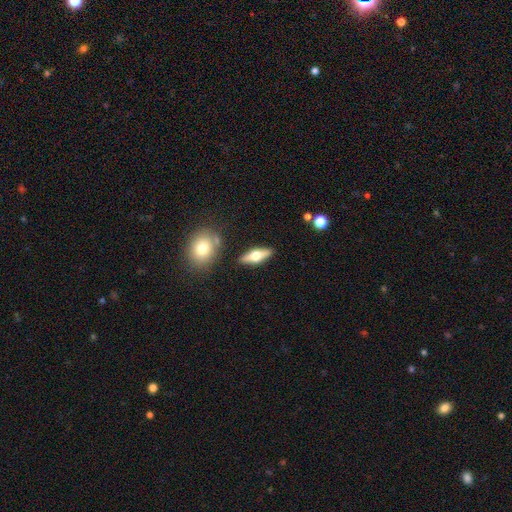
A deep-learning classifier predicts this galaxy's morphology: Smooth or featured? Predicted: featured or disk (p=0.56). Edge-on disk? Predicted: yes (p=0.91). Edge-on bulge? Predicted: rounded (p=0.95). Merging? Predicted: none (p=0.86).